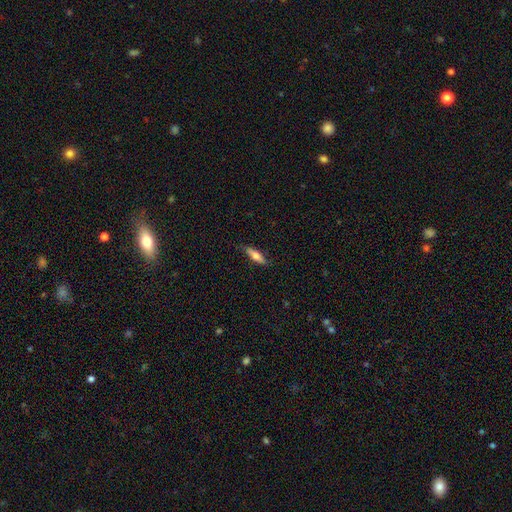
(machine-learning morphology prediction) Smooth or featured? Predicted: smooth (p=0.60). How rounded? Predicted: cigar-shaped (p=0.66). Merging? Predicted: none (p=0.82).